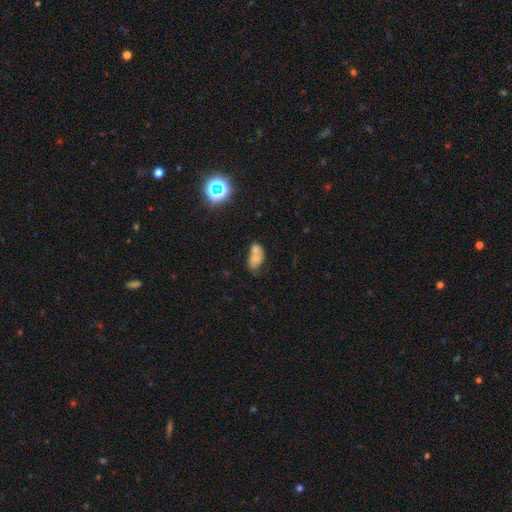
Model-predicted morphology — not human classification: Overall: smooth (60%; featured or disk 26%). How rounded: in between (83%). Merging: merger (56%; none 25%).